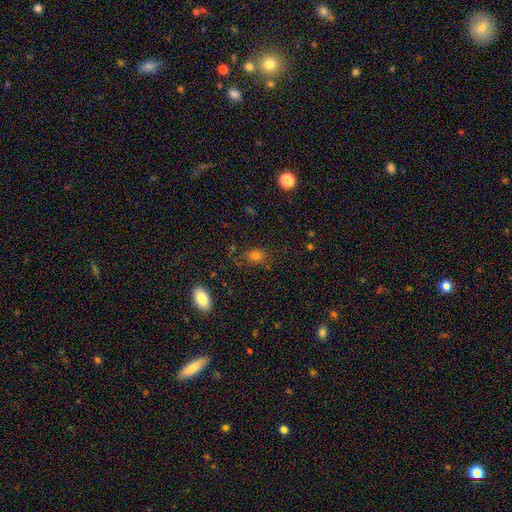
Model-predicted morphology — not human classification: A smooth galaxy with no disk features (76%) that is in between round and cigar-shaped (60%).

Vote fractions:
- Smooth or featured? smooth: 76% / star or artifact: 16% / featured or disk: 8%
- How rounded? in between: 60% / round: 39% / cigar-shaped: 2%
- Merging? none: 77% / minor disturbance: 15% / major disturbance: 5% / merger: 3%